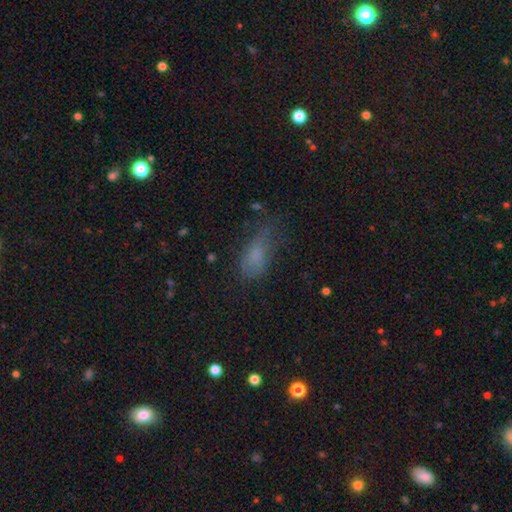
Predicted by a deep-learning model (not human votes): smooth-or-featured: smooth: 68% | featured or disk: 17% | star or artifact: 15%
  how-rounded: in between: 80% | cigar-shaped: 14% | round: 6%
  merging: none: 43% | minor disturbance: 30% | major disturbance: 25% | merger: 3%